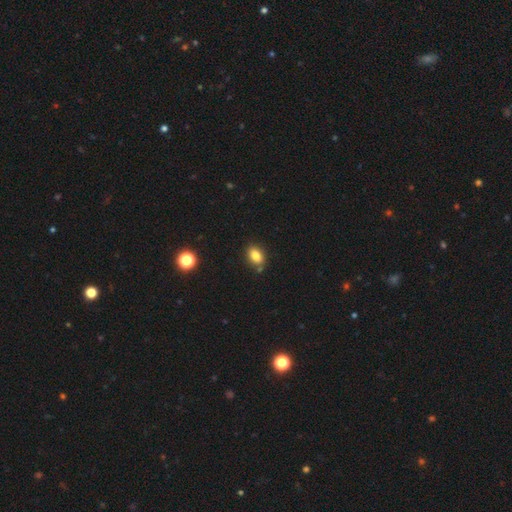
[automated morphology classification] A smooth galaxy with no disk features (83%) that is in between round and cigar-shaped (82%).

Vote fractions:
- Smooth or featured? smooth: 83% / star or artifact: 10% / featured or disk: 7%
- How rounded? in between: 82% / round: 16% / cigar-shaped: 2%
- Merging? none: 77% / minor disturbance: 13% / merger: 6% / major disturbance: 3%